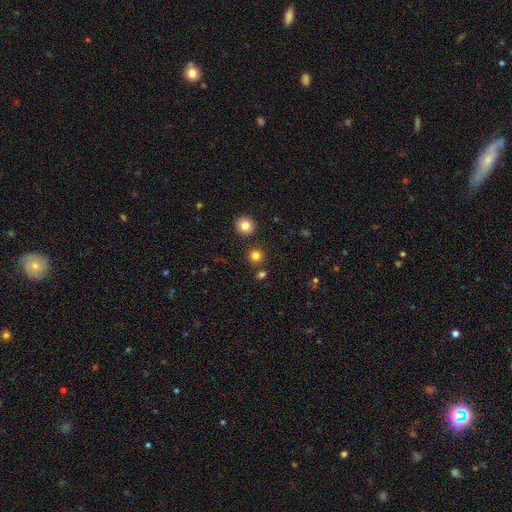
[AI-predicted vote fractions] The model was most divided on "smooth or featured": smooth: 80%, star or artifact: 14%, featured or disk: 5%. More confident: how rounded — round (93%); merging — none (85%).